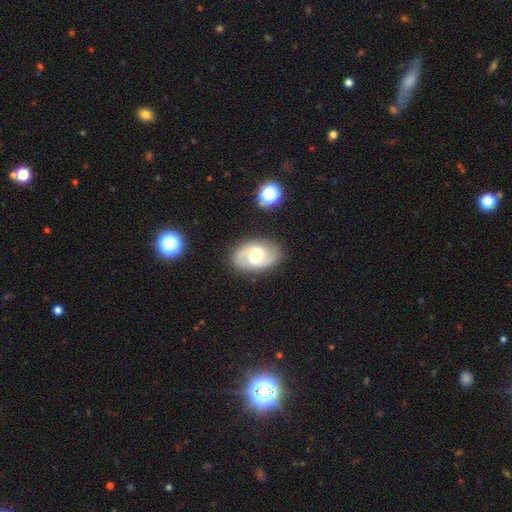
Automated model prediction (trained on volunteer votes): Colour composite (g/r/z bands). It shows a featured or disk galaxy (73%) with a weak bar (55%), 2 (89%) medium (52%) spiral arms (90%) and a moderate central bulge (60%). Merging: none (84%).